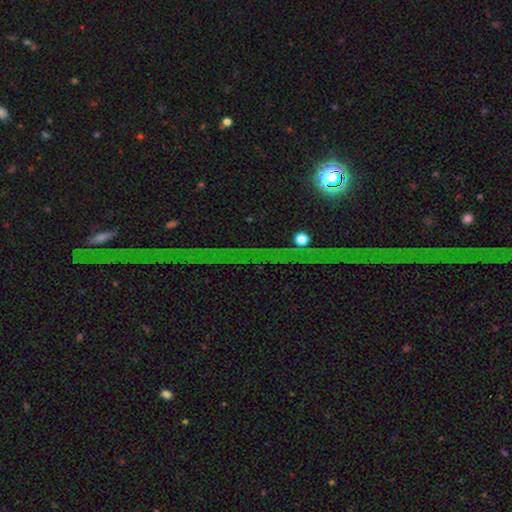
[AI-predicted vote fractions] smooth-or-featured: star or artifact: 84% | featured or disk: 10% | smooth: 7%